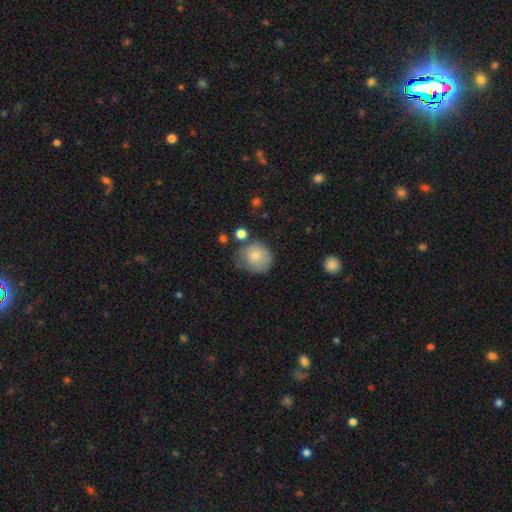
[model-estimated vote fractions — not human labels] Smooth or featured?
  - smooth: 81% *
  - featured or disk: 11%
  - star or artifact: 8%
How rounded?
  - round: 82% *
  - in between: 17%
  - cigar-shaped: 1%
Merging?
  - none: 62% *
  - minor disturbance: 25%
  - major disturbance: 7%
  - merger: 6%